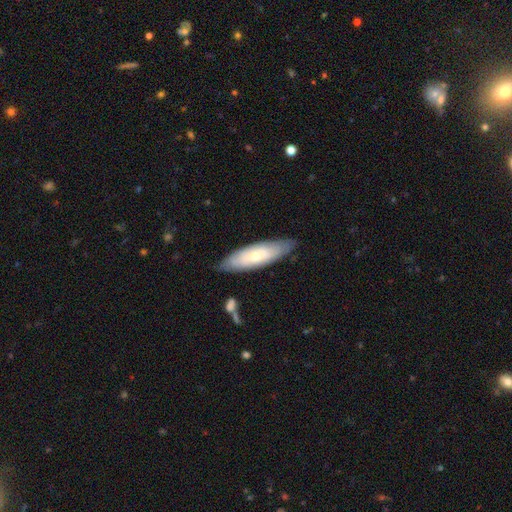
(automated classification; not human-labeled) Q: Smooth or featured?
A: smooth (50%); runner-up: featured or disk (44%)
Q: How rounded?
A: cigar-shaped (51%); runner-up: in between (47%)
Q: Merging?
A: none (80%); runner-up: minor disturbance (15%)